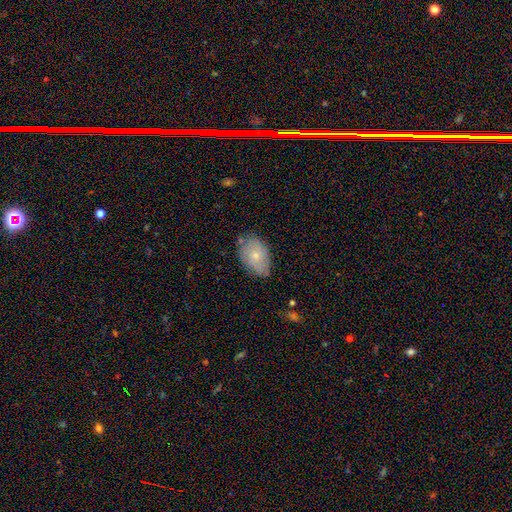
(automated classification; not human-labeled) smooth 68%, featured or disk 25%, star or artifact 7%. Down the decision tree: how rounded — in between (87%); merging — none (70%).